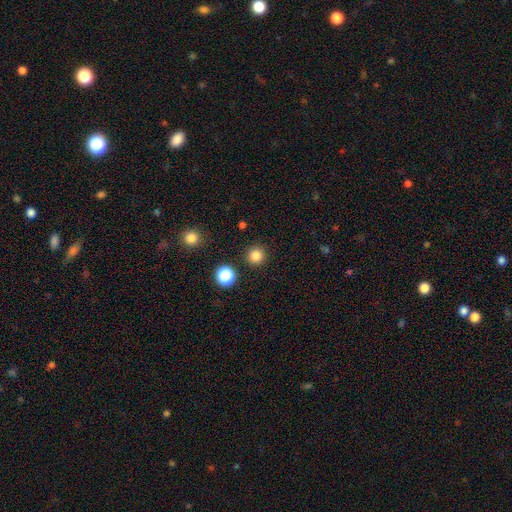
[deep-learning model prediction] smooth 83%, star or artifact 13%, featured or disk 4%. Down the decision tree: how rounded — round (95%); merging — none (91%).